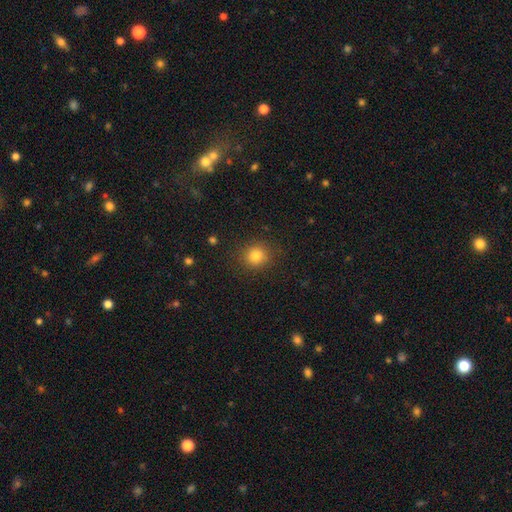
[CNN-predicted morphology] A smooth galaxy with no disk features (83%) that is round (84%).

Vote fractions:
- Smooth or featured? smooth: 83% / star or artifact: 12% / featured or disk: 5%
- How rounded? round: 84% / in between: 15% / cigar-shaped: 1%
- Merging? none: 87% / minor disturbance: 9% / major disturbance: 3% / merger: 1%